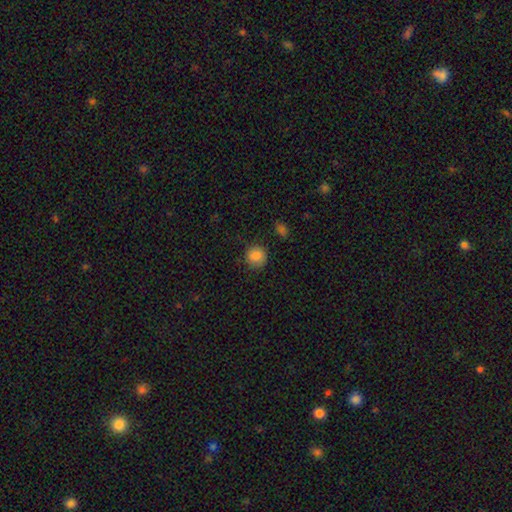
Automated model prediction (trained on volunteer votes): smooth 86%, star or artifact 9%, featured or disk 5%. Down the decision tree: how rounded — round (89%); merging — none (82%).